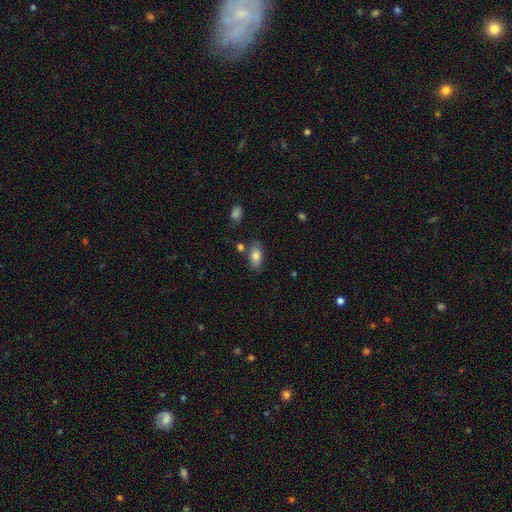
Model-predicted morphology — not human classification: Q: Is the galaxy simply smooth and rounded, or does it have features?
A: smooth — 81%.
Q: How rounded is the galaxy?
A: in between — 91%.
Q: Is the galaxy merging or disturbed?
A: none — 72%.